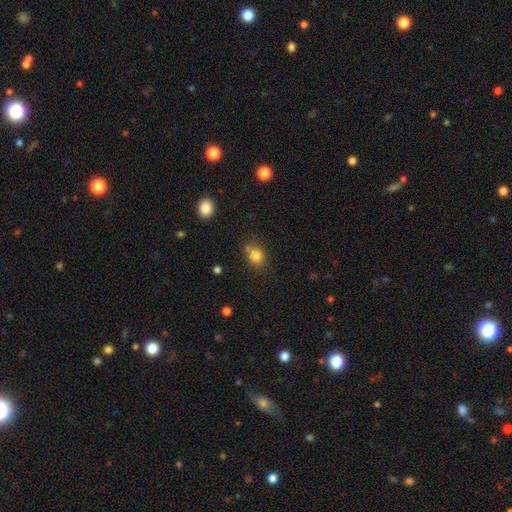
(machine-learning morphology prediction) type=smooth (80%); roundness=round (70%); merging=none (63%).